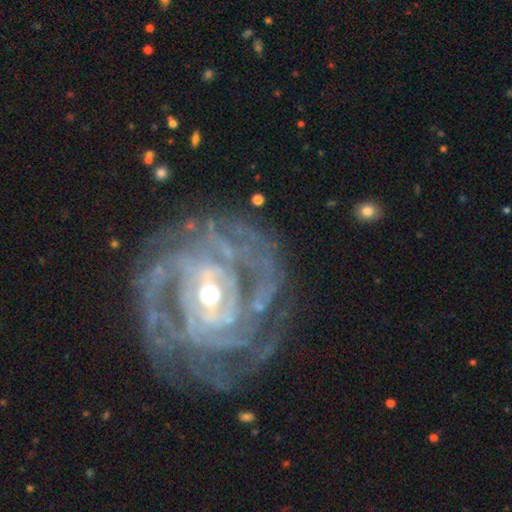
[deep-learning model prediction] This appears to be a featured or disk galaxy (90%) with a weak bar (39%), tight (73%) spiral arms (97%) and a moderate central bulge (59%). Merging: none (74%).